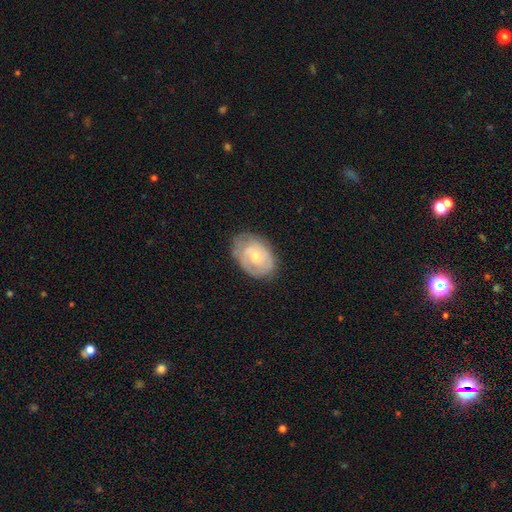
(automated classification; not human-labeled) Morphology: type=featured or disk (63%); edge-on=no (96%); bar=no (74%); spiral arms=yes (72%); bulge=small (55%); merging=none (68%).